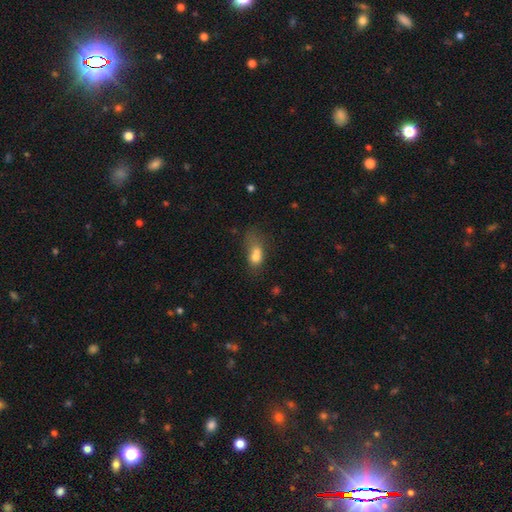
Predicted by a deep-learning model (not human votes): smooth-or-featured: smooth: 69% | featured or disk: 19% | star or artifact: 12%
  how-rounded: in between: 67% | round: 26% | cigar-shaped: 7%
  merging: merger: 45% | major disturbance: 21% | none: 19% | minor disturbance: 15%